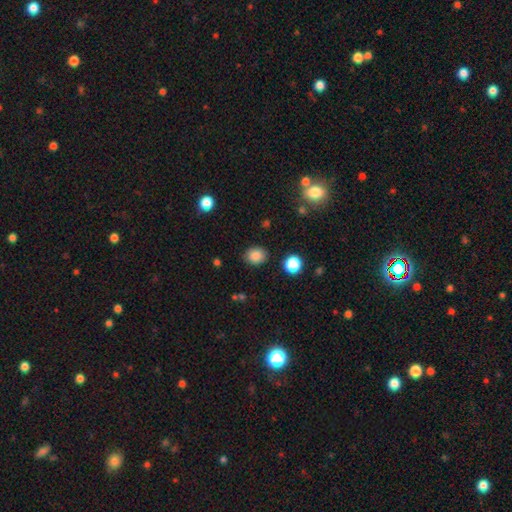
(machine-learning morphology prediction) Q: Smooth or featured?
A: smooth (85%); runner-up: star or artifact (11%)
Q: How rounded?
A: round (69%); runner-up: in between (30%)
Q: Merging?
A: none (87%); runner-up: minor disturbance (9%)